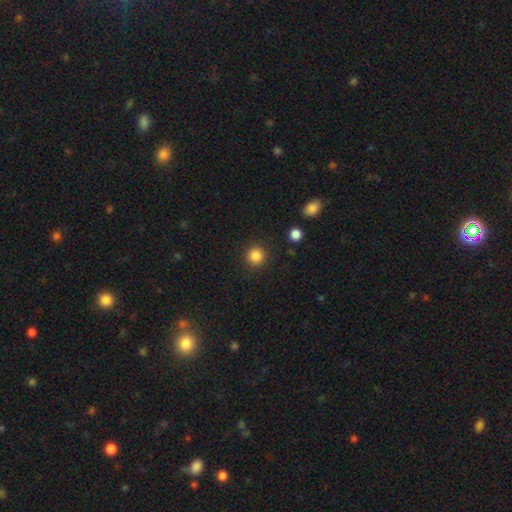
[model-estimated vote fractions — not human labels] This is clearly a smooth galaxy (86%). How rounded: clearly round (93%). Merging: clearly none (91%).